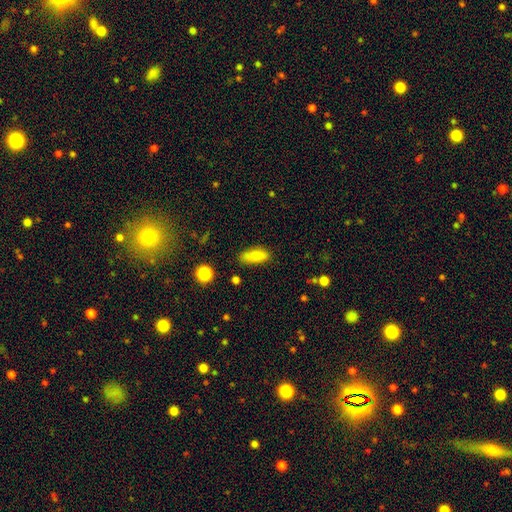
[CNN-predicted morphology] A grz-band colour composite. It shows a smooth galaxy with no disk features (85%) that is in between round and cigar-shaped (76%). Merging: none (81%).